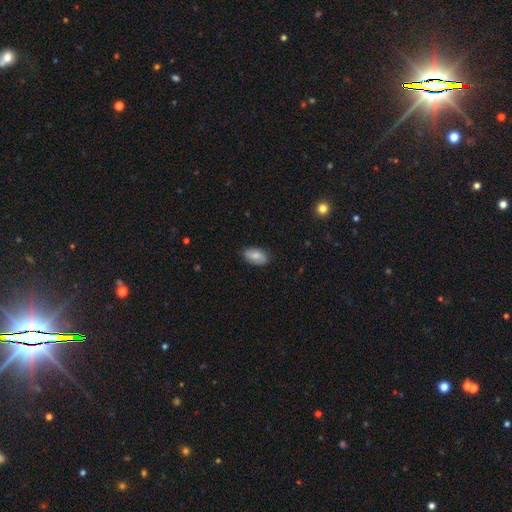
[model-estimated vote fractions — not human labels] A smooth galaxy with no disk features (77%) that is in between round and cigar-shaped (93%). Merging: none (84%).